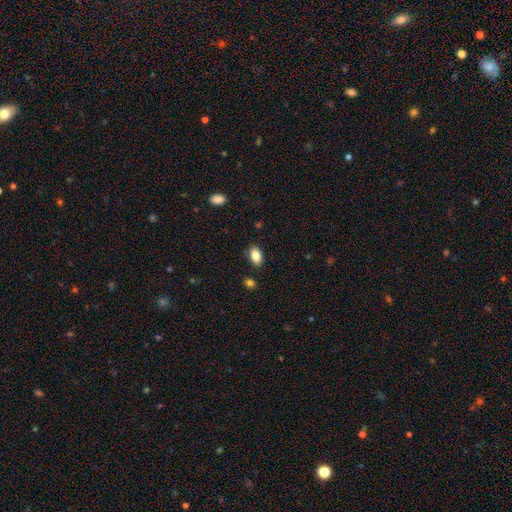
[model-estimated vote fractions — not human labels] Morphology: type=smooth (84%); roundness=in between (91%); merging=none (86%).